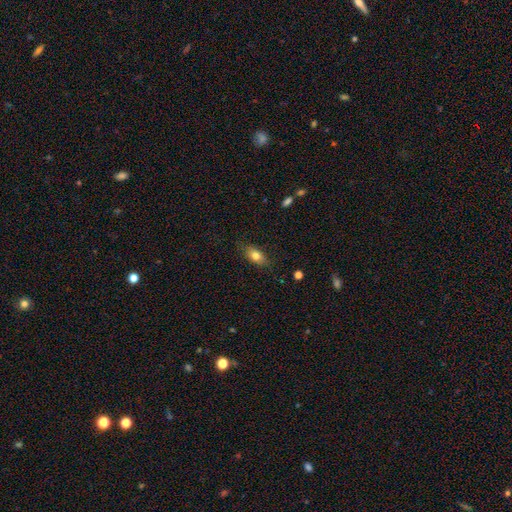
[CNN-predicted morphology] The model was most divided on "smooth or featured": smooth: 76%, featured or disk: 15%, star or artifact: 8%. More confident: how rounded — in between (82%); merging — none (79%).